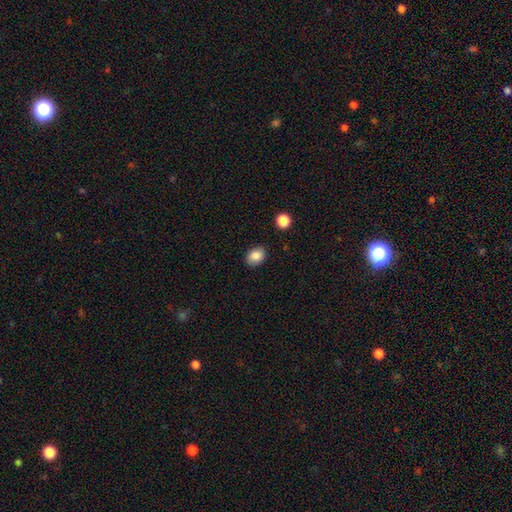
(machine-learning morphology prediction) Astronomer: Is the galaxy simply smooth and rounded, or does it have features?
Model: smooth — 86%.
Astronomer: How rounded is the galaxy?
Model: in between — 69%.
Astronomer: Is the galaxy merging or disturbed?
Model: none — 84%.